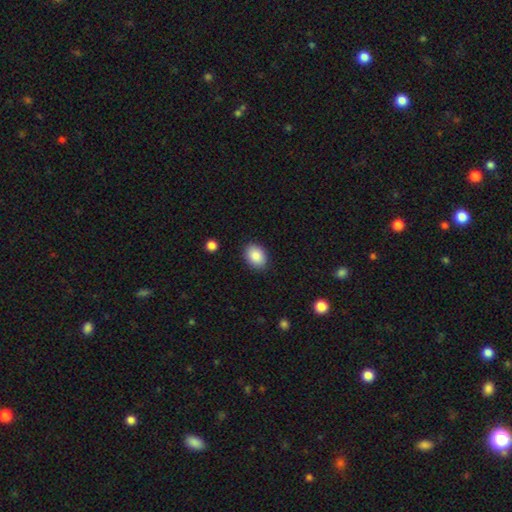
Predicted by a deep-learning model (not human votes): Morphology: type=smooth (88%); roundness=in between (74%); merging=none (88%).